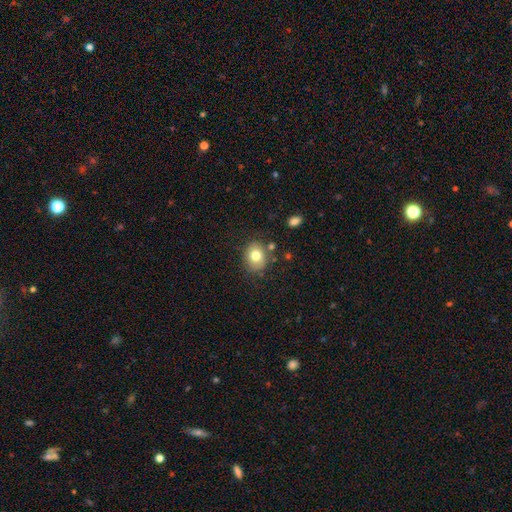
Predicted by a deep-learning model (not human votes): Smooth or featured: smooth — 78% (featured or disk — 12%)
How rounded: round — 58% (in between — 41%)
Merging: none — 77% (minor disturbance — 14%)